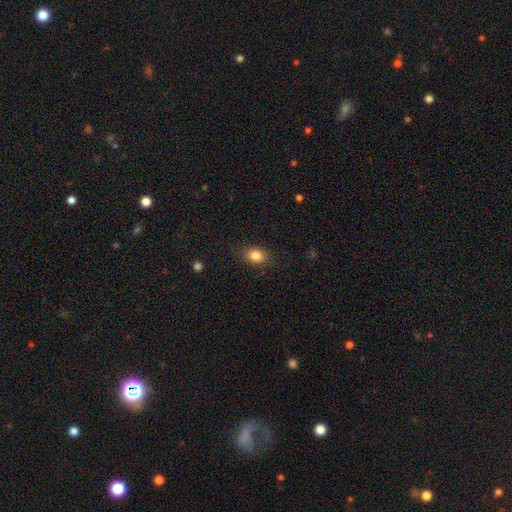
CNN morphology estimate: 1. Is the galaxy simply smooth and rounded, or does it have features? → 84% smooth, 10% star or artifact, 6% featured or disk.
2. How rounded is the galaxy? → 61% in between, 37% round, 1% cigar-shaped.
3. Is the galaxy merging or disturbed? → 82% none, 13% minor disturbance, 4% major disturbance, 1% merger.